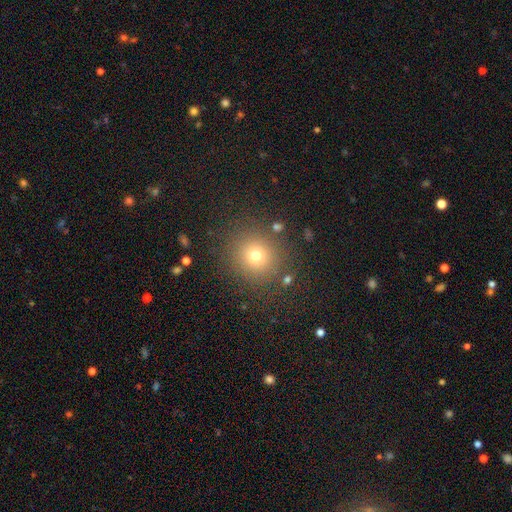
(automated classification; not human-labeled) Smooth or featured? smooth (71%)
How rounded? round (90%)
Merging? none (86%)